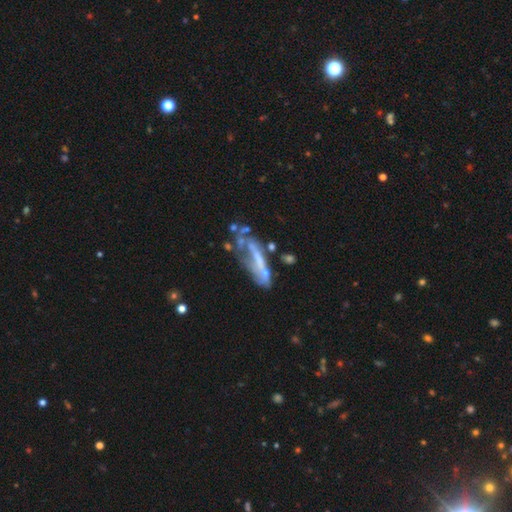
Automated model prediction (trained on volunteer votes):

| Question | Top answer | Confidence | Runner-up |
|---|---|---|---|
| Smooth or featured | featured or disk | 60% | smooth (24%) |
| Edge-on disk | no | 67% | yes (33%) |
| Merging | none | 36% | major disturbance (27%) |